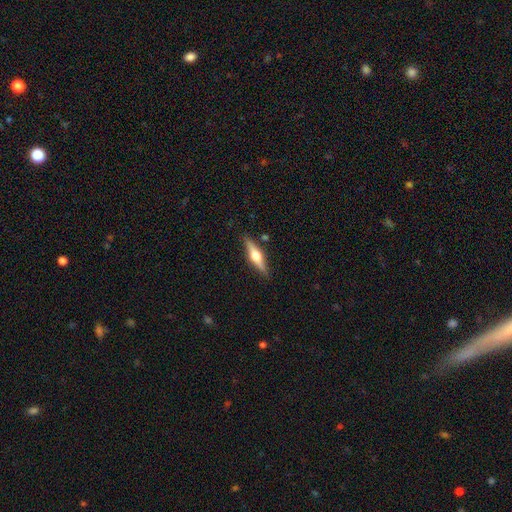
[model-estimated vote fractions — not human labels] Smooth or featured? featured or disk (63%)
Edge-on disk? yes (96%)
Edge-on bulge? rounded (95%)
Merging? none (87%)